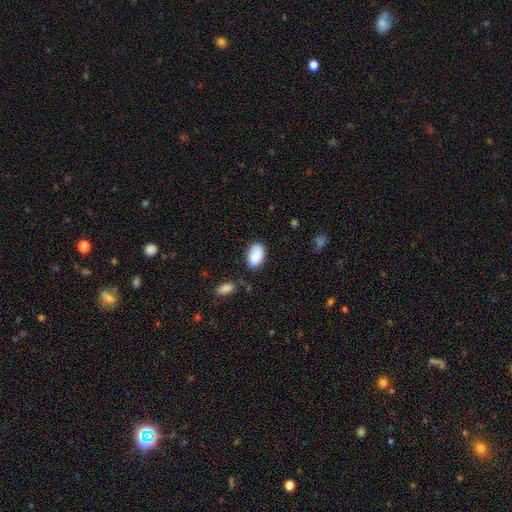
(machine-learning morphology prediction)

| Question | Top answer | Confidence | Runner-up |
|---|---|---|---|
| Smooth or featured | smooth | 87% | star or artifact (7%) |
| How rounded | in between | 93% | round (6%) |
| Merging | none | 71% | minor disturbance (20%) |